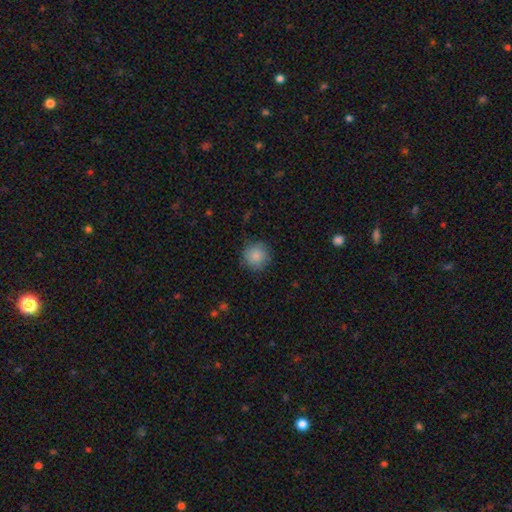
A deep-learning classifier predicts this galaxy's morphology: The model was most divided on "merging": none: 85%, minor disturbance: 11%, major disturbance: 3%, merger: 1%. More confident: how rounded — round (94%); smooth or featured — smooth (87%).